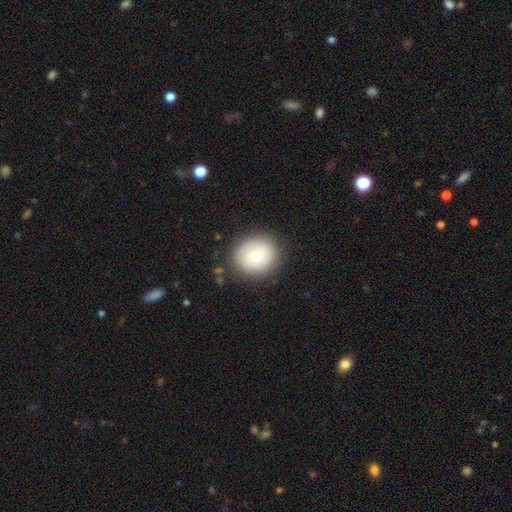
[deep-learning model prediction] smooth_or_featured: smooth (p=0.67) [alt: featured or disk p=0.25]
how_rounded: round (p=0.82) [alt: in between p=0.17]
merging: none (p=0.82) [alt: minor disturbance p=0.12]